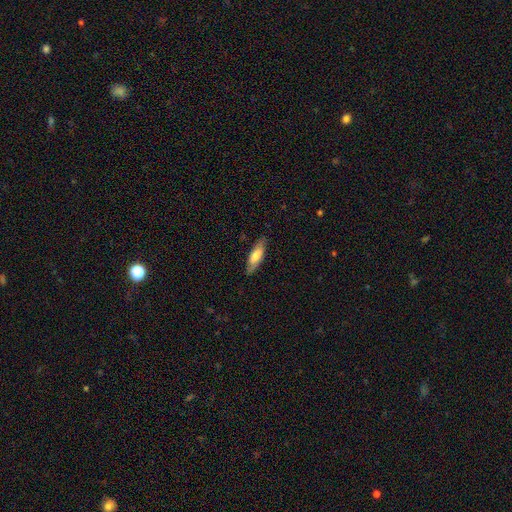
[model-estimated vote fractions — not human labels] Morphology: type=smooth (63%); roundness=in between (52%); merging=none (81%).